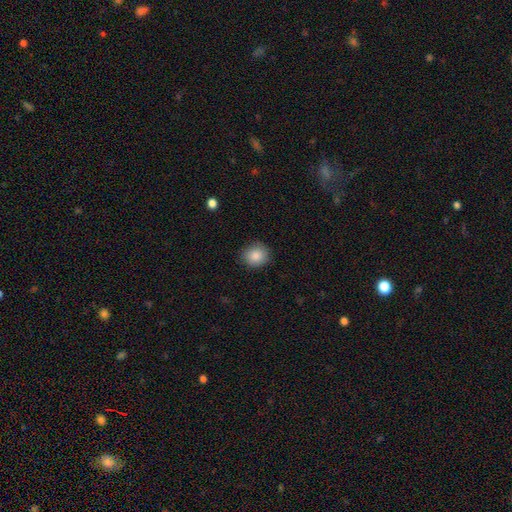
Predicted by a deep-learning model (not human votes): smooth 87%, star or artifact 8%, featured or disk 5%. Down the decision tree: how rounded — round (83%); merging — none (86%).